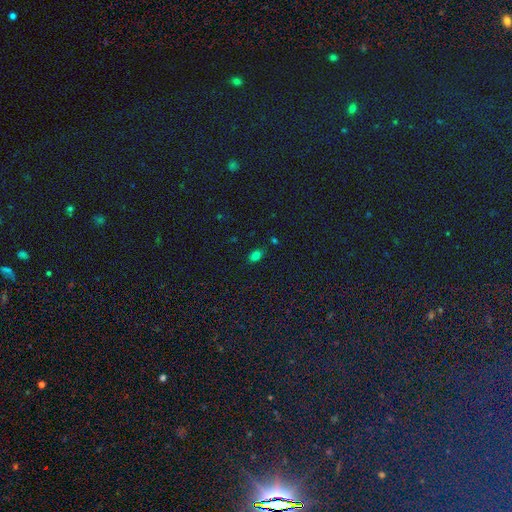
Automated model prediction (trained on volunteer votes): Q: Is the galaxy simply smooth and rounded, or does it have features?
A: smooth — 78%.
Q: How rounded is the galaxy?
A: in between — 87%.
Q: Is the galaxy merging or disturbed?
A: none — 83%.